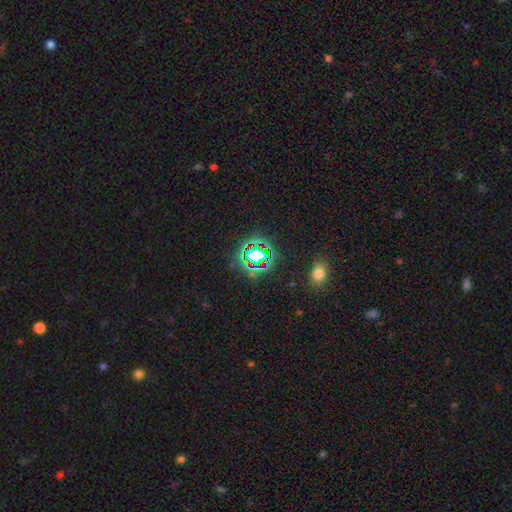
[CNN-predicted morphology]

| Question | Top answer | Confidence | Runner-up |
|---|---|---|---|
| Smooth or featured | star or artifact | 68% | smooth (21%) |